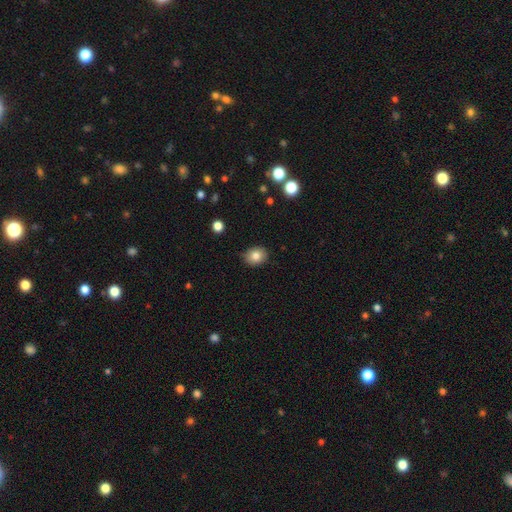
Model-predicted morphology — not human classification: smooth 83%, star or artifact 10%, featured or disk 8%. Down the decision tree: how rounded — round (52%); merging — none (84%).